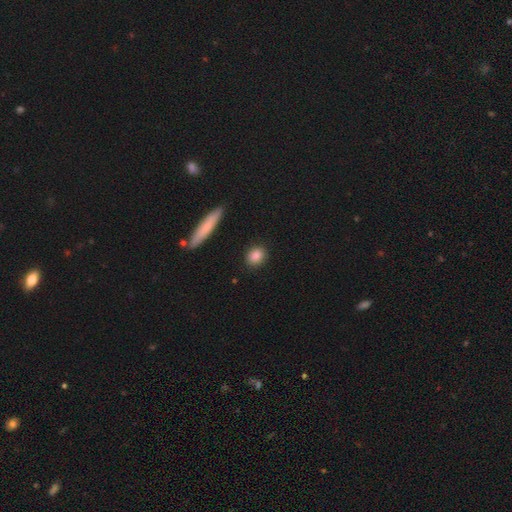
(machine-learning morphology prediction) Smooth or featured?
  - smooth: 86% *
  - star or artifact: 7%
  - featured or disk: 6%
How rounded?
  - round: 60% *
  - in between: 35%
  - cigar-shaped: 5%
Merging?
  - none: 90% *
  - minor disturbance: 7%
  - major disturbance: 2%
  - merger: 2%